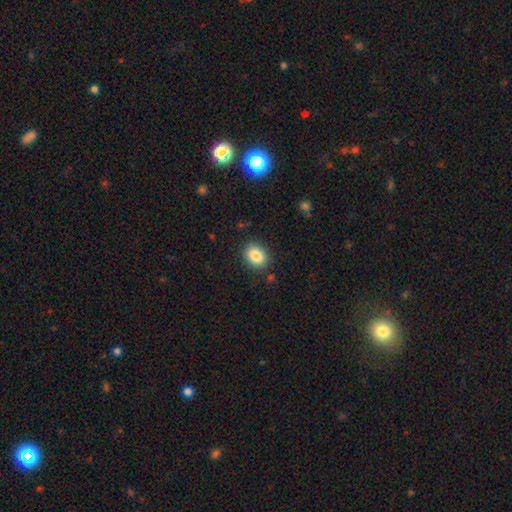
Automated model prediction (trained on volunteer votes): Q: Smooth or featured?
A: smooth (84%); runner-up: star or artifact (9%)
Q: How rounded?
A: in between (51%); runner-up: round (48%)
Q: Merging?
A: none (87%); runner-up: minor disturbance (9%)